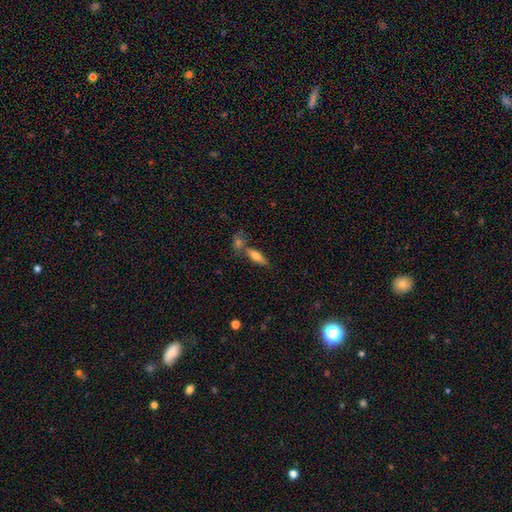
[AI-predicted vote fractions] A smooth galaxy with no disk features (66%) that is in between round and cigar-shaped (53%). Merging: none (59%).